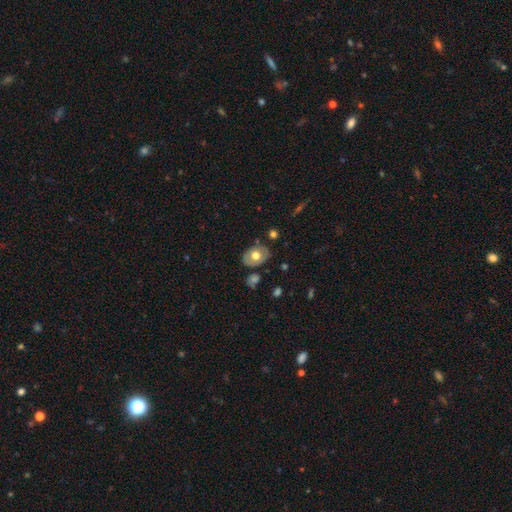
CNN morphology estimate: Overall: smooth (58%; featured or disk 35%). How rounded: in between (71%). Merging: none (76%).